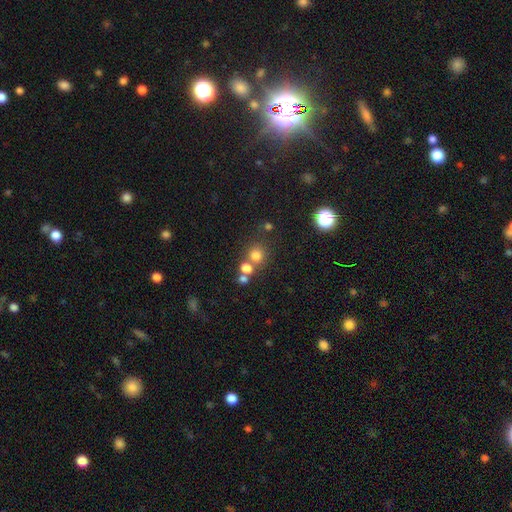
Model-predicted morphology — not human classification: Q: Smooth or featured?
A: smooth (73%); runner-up: star or artifact (18%)
Q: How rounded?
A: round (86%); runner-up: in between (13%)
Q: Merging?
A: none (61%); runner-up: merger (26%)